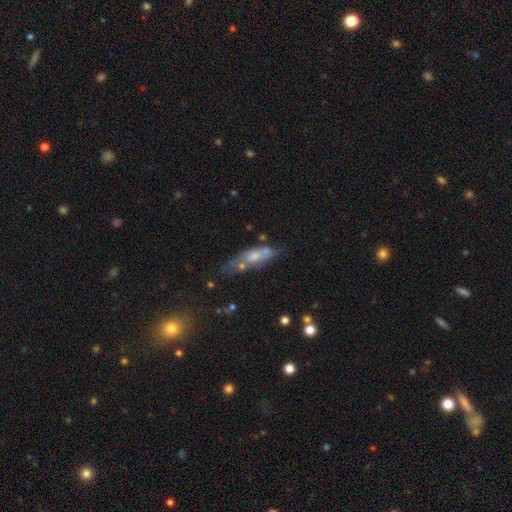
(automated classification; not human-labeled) Smooth or featured: smooth — 50% (featured or disk — 42%)
Merging: none — 41% (minor disturbance — 28%)